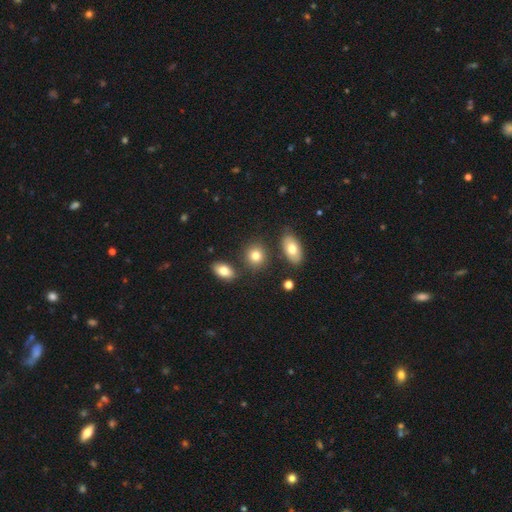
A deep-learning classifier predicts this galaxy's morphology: Overall: smooth (81%). How rounded: round (66%; in between 33%). Merging: none (81%).